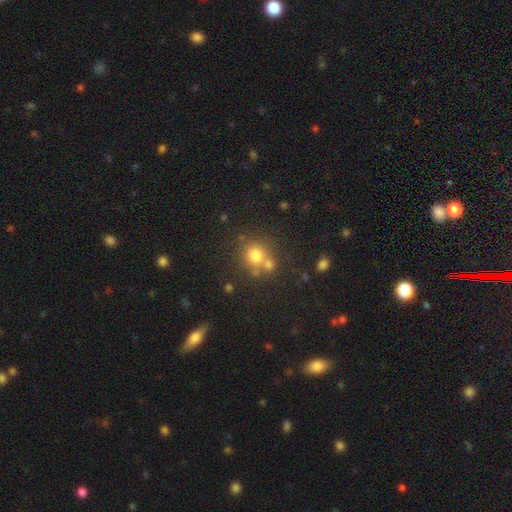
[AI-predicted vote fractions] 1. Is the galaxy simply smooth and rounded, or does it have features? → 74% smooth, 16% star or artifact, 10% featured or disk.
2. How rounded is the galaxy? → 87% round, 12% in between, 1% cigar-shaped.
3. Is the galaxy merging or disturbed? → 57% none, 29% merger, 10% minor disturbance, 4% major disturbance.